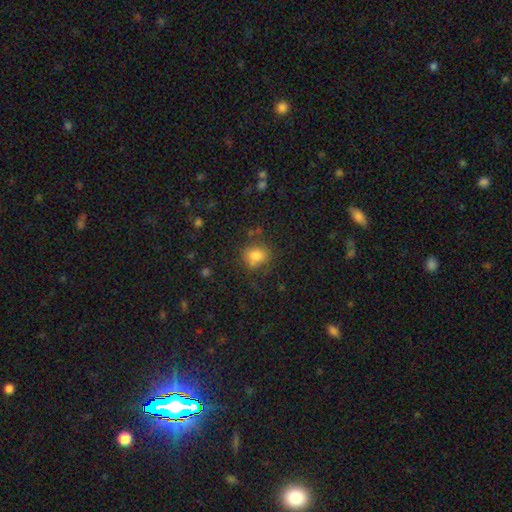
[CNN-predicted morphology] Smooth or featured? smooth (79%)
How rounded? round (61%)
Merging? none (66%)